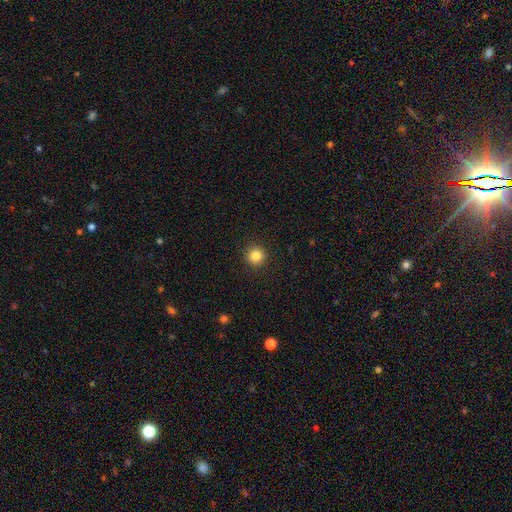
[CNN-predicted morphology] The model was most divided on "smooth or featured": smooth: 84%, star or artifact: 11%, featured or disk: 5%. More confident: how rounded — round (95%); merging — none (93%).